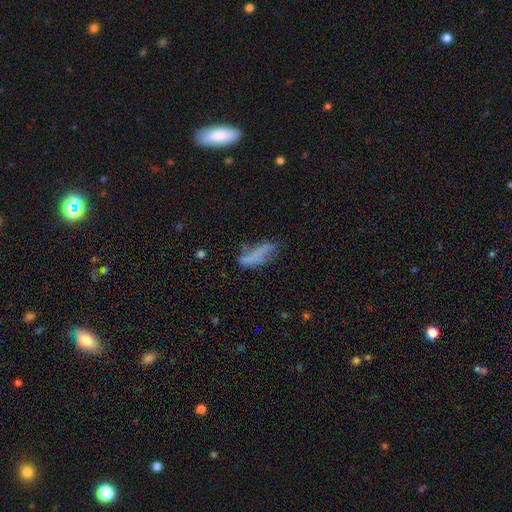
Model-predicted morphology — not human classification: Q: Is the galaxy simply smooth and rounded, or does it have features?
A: smooth — 61%.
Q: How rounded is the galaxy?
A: in between — 62%.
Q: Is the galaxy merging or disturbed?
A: none — 39%.